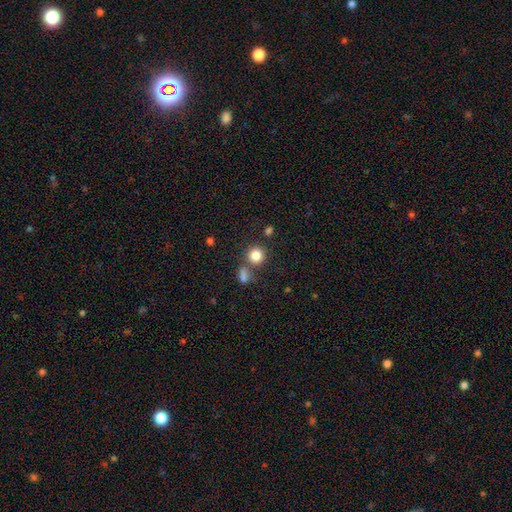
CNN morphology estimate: Smooth or featured?
  - smooth: 83% *
  - star or artifact: 11%
  - featured or disk: 6%
How rounded?
  - round: 88% *
  - in between: 11%
  - cigar-shaped: 1%
Merging?
  - none: 69% *
  - merger: 18%
  - minor disturbance: 9%
  - major disturbance: 4%